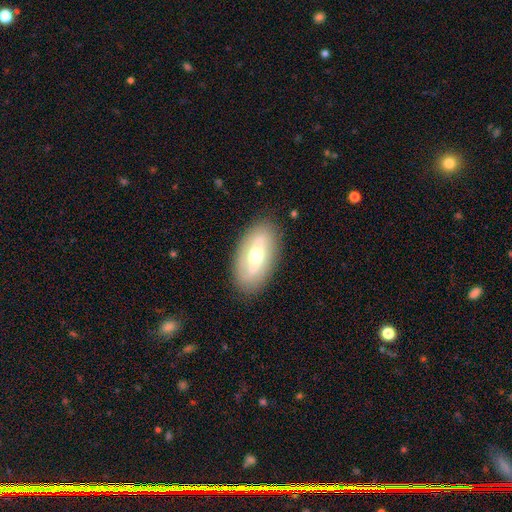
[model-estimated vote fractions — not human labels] smooth_or_featured: featured or disk (p=0.55) [alt: smooth p=0.38]
disk_edge_on: no (p=0.81) [alt: yes p=0.19]
merging: none (p=0.87) [alt: minor disturbance p=0.09]